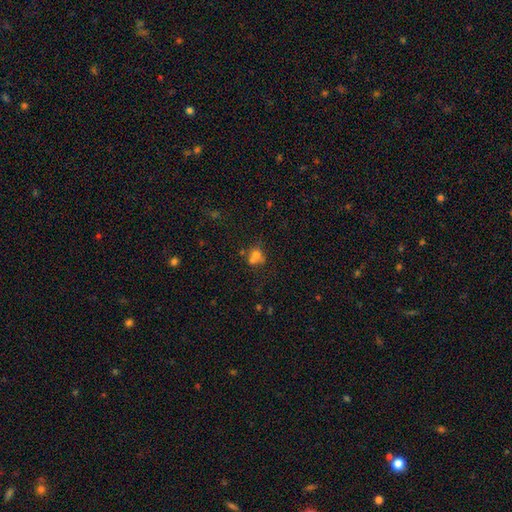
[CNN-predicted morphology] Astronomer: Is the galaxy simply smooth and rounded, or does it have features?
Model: smooth — 64%.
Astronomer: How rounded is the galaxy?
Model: round — 75%.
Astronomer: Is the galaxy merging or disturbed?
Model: merger — 47% (runner-up: none, 38%).